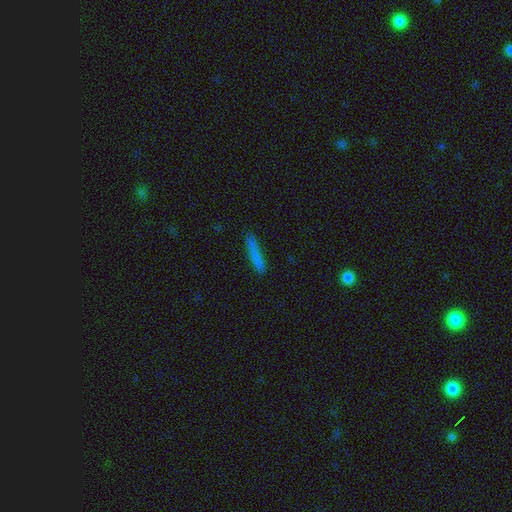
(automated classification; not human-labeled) The model was most divided on "smooth or featured": smooth: 80%, featured or disk: 13%, star or artifact: 8%. More confident: how rounded — cigar-shaped (93%); merging — none (83%).